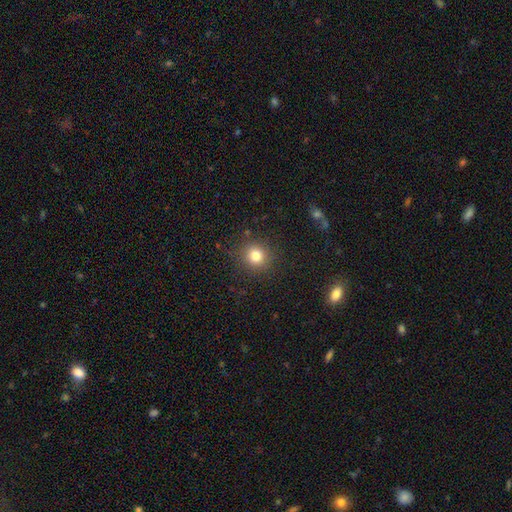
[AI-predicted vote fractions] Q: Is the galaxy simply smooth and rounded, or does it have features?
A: smooth — 81%.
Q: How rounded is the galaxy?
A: round — 89%.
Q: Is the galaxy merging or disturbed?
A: none — 88%.